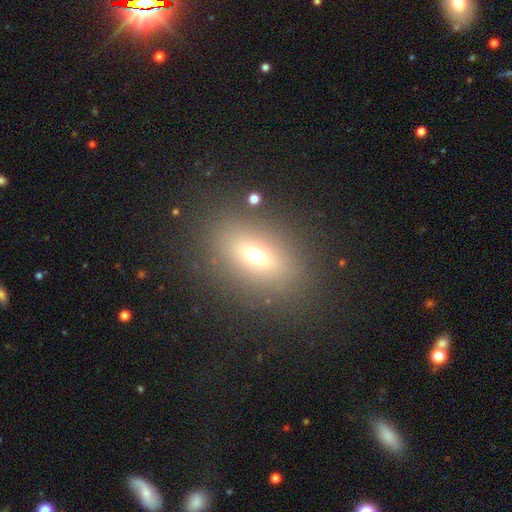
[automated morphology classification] smooth 65%, featured or disk 18%, star or artifact 17%. Down the decision tree: how rounded — in between (73%); merging — none (83%).